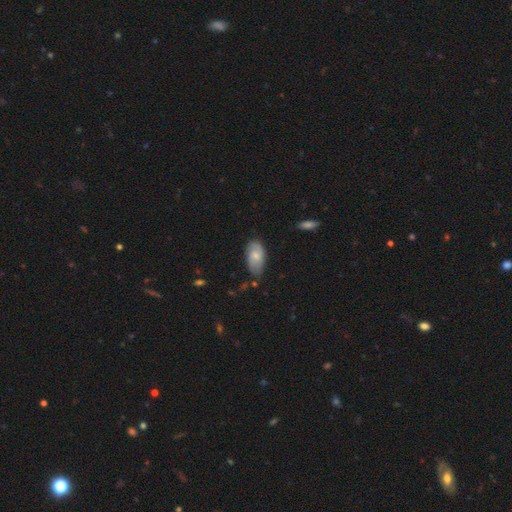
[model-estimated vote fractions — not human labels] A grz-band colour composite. It shows a smooth galaxy with no disk features (56%) that is in between round and cigar-shaped (93%). Merging: none (67%).